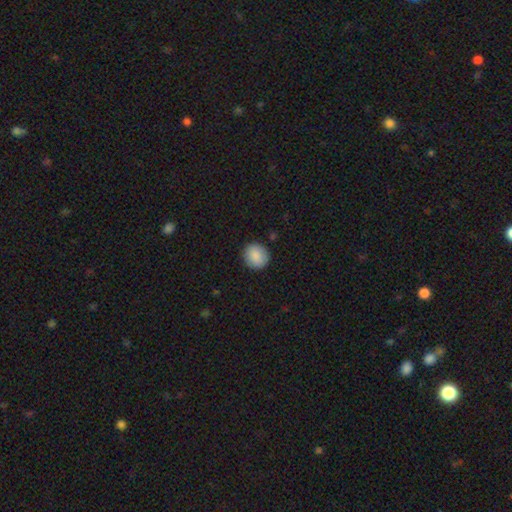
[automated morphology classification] The model was most divided on "how rounded": round: 89%, in between: 10%, cigar-shaped: 1%. More confident: merging — none (90%); smooth or featured — smooth (89%).